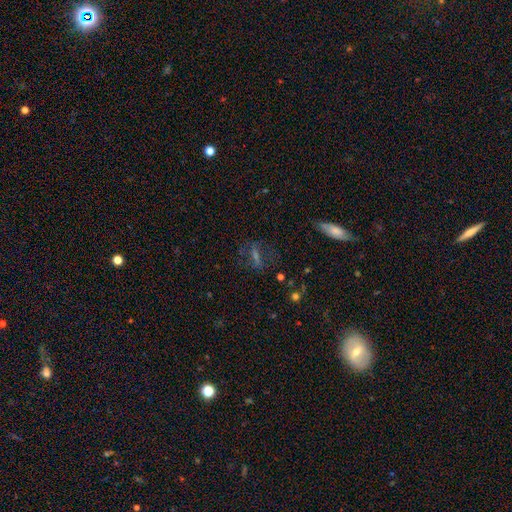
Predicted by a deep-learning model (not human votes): A featured or disk galaxy (38%).

Vote fractions:
- Smooth or featured? featured or disk: 38% / smooth: 33% / star or artifact: 29%
- Merging? none: 72% / minor disturbance: 14% / major disturbance: 11% / merger: 3%